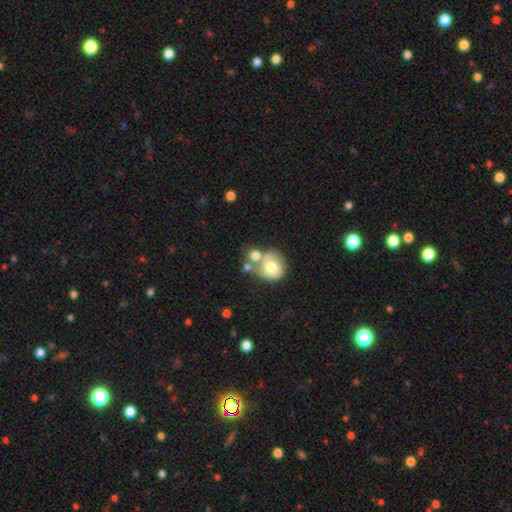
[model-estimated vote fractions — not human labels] Q: Smooth or featured?
A: smooth (65%); runner-up: featured or disk (26%)
Q: How rounded?
A: round (72%); runner-up: in between (26%)
Q: Merging?
A: merger (50%); runner-up: none (30%)